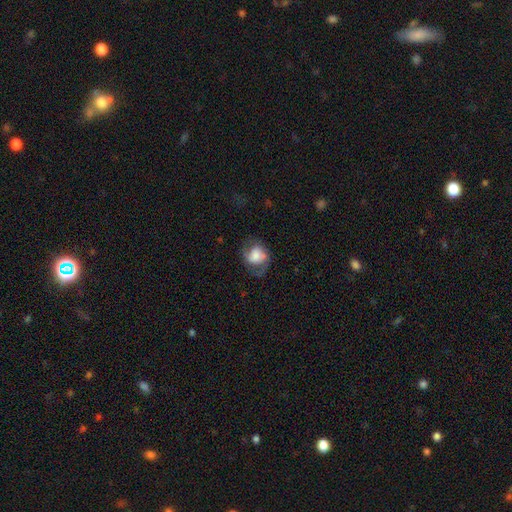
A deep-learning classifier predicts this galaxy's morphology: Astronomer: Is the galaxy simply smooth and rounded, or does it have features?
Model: smooth — 51% (runner-up: featured or disk, 41%).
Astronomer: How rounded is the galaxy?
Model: round — 54% (runner-up: in between, 45%).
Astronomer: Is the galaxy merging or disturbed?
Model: none — 51%.